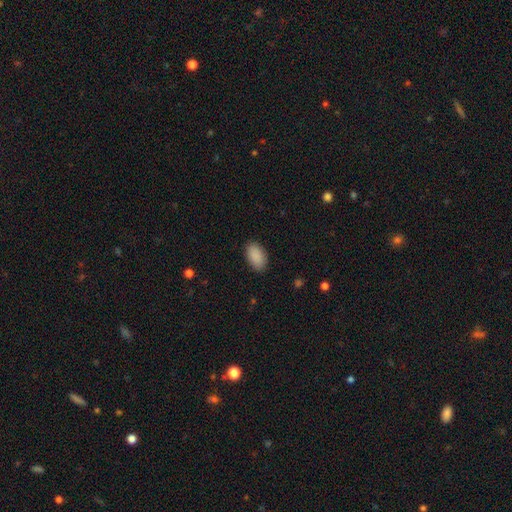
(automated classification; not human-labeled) Smooth or featured?
  - smooth: 91% *
  - star or artifact: 6%
  - featured or disk: 3%
How rounded?
  - in between: 94% *
  - round: 5%
  - cigar-shaped: 1%
Merging?
  - none: 88% *
  - minor disturbance: 9%
  - major disturbance: 2%
  - merger: 1%